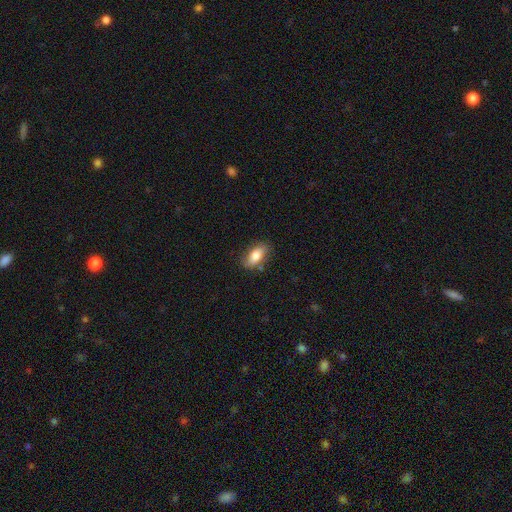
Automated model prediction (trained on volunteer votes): The model was most divided on "merging": none: 78%, minor disturbance: 16%, major disturbance: 3%, merger: 3%. More confident: how rounded — in between (85%); smooth or featured — smooth (77%).